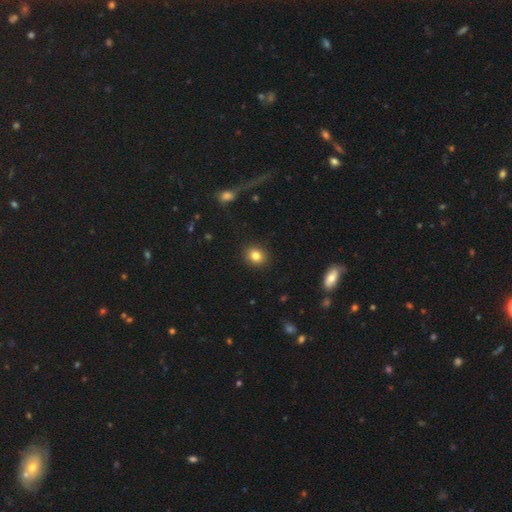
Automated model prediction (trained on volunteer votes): Q: Smooth or featured?
A: smooth (83%); runner-up: star or artifact (10%)
Q: How rounded?
A: round (72%); runner-up: in between (26%)
Q: Merging?
A: none (91%); runner-up: minor disturbance (6%)